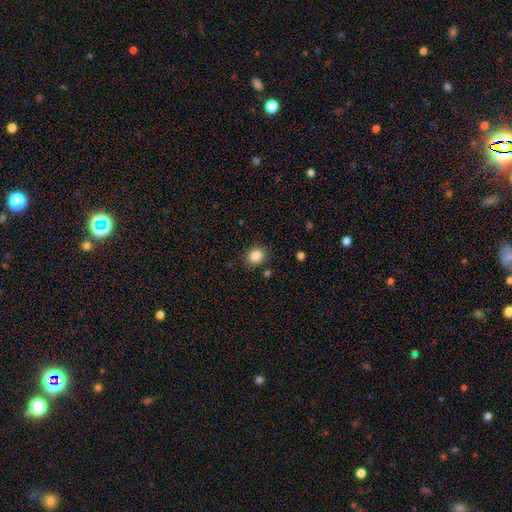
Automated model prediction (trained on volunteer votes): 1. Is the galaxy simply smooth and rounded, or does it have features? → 86% smooth, 10% star or artifact, 4% featured or disk.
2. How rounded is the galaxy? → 74% round, 25% in between, 1% cigar-shaped.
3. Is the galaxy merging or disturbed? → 85% none, 10% minor disturbance, 3% major disturbance, 3% merger.